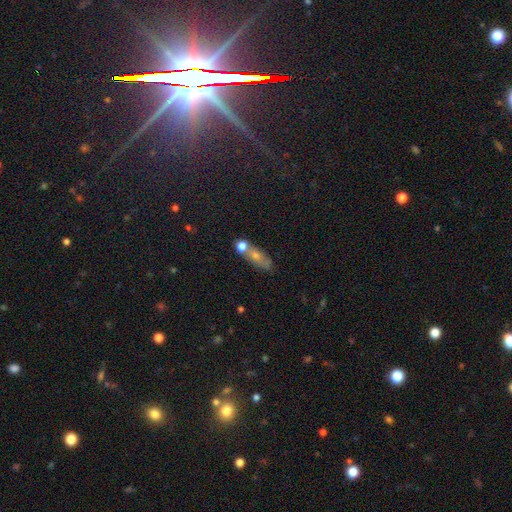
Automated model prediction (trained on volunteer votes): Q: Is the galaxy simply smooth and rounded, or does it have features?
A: smooth — 65%.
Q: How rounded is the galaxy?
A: in between — 61%.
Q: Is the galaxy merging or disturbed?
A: none — 48%.